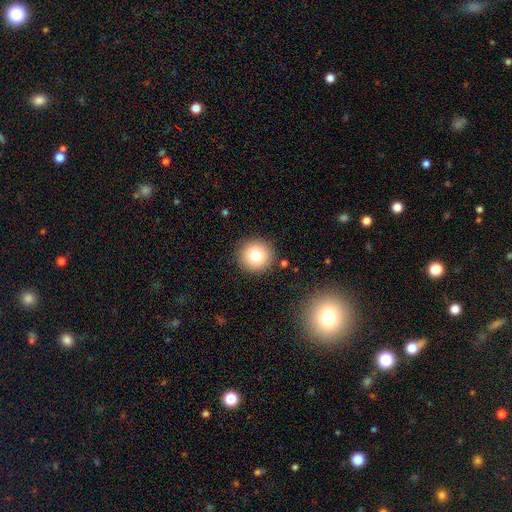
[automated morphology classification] smooth_or_featured: smooth (p=0.79) [alt: star or artifact p=0.11]
how_rounded: round (p=0.93) [alt: in between p=0.06]
merging: none (p=0.89) [alt: minor disturbance p=0.07]